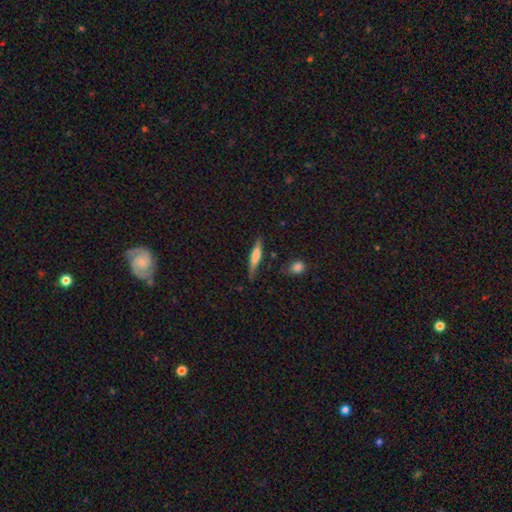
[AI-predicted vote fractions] Smooth or featured: smooth — 53% (featured or disk — 41%)
How rounded: cigar-shaped — 84% (in between — 14%)
Merging: none — 77% (minor disturbance — 16%)